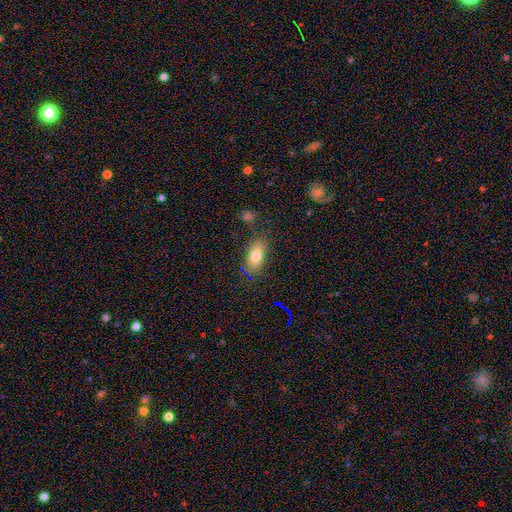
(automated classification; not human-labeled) smooth 77%, featured or disk 12%, star or artifact 11%. Down the decision tree: how rounded — in between (86%); merging — none (79%).